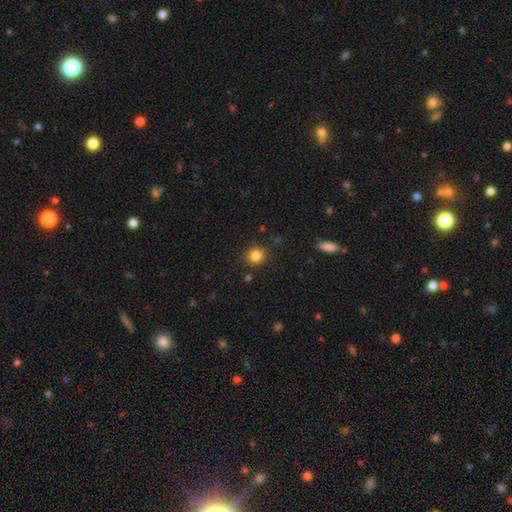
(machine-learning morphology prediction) smooth_or_featured: smooth (p=0.83) [alt: star or artifact p=0.12]
how_rounded: round (p=0.88) [alt: in between p=0.11]
merging: none (p=0.88) [alt: minor disturbance p=0.08]